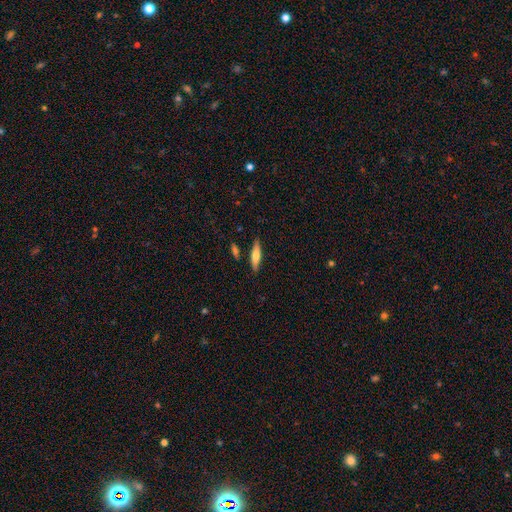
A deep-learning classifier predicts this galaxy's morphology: The model was most divided on "smooth or featured": smooth: 62%, featured or disk: 32%, star or artifact: 6%. More confident: merging — none (84%); how rounded — cigar-shaped (75%).